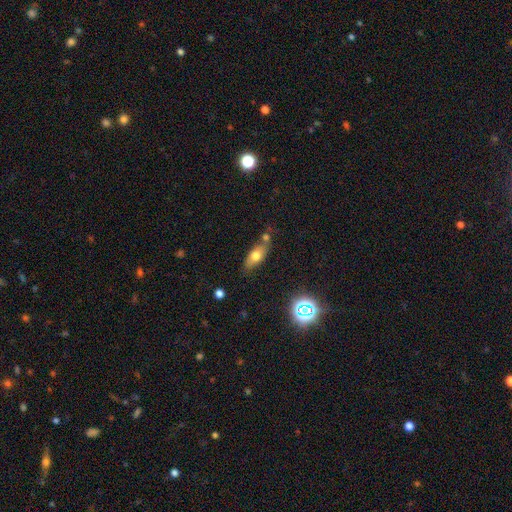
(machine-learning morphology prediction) smooth 65%, featured or disk 24%, star or artifact 11%. Down the decision tree: how rounded — in between (75%); merging — none (61%).